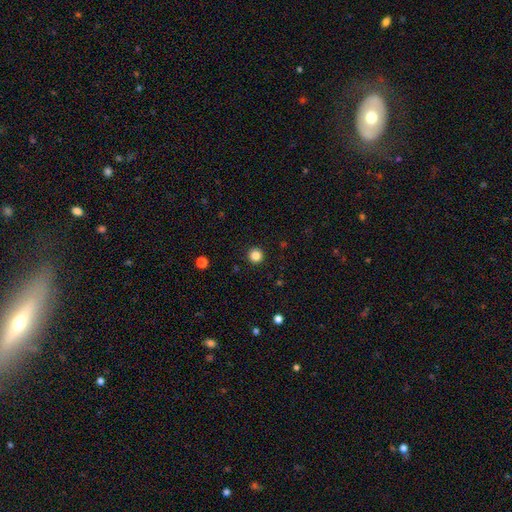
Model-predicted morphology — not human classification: type=smooth (85%); roundness=round (96%); merging=none (93%).